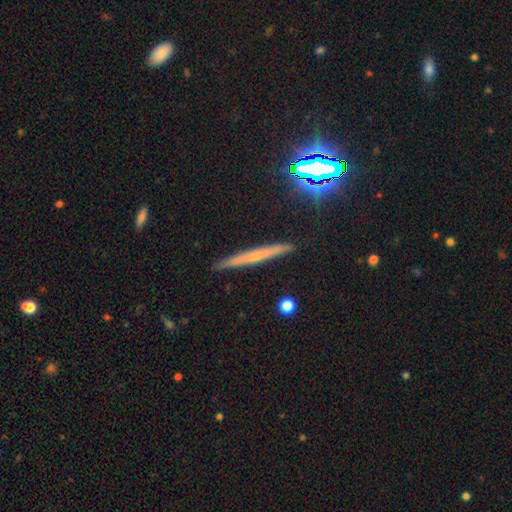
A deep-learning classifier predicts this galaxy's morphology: type=featured or disk (47%); merging=none (90%).